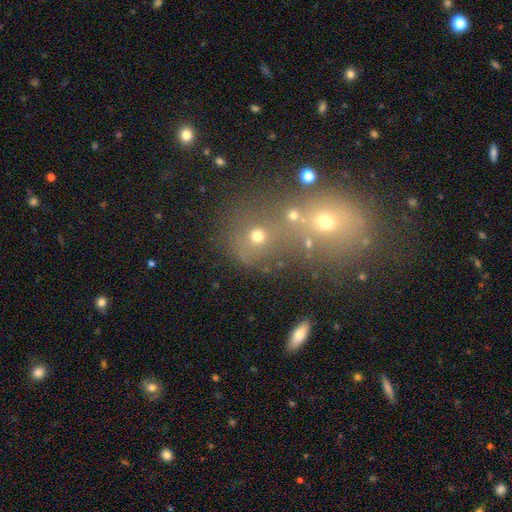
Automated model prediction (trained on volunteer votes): smooth-or-featured: smooth: 54% | star or artifact: 29% | featured or disk: 17%
  how-rounded: round: 74% | in between: 24% | cigar-shaped: 2%
  merging: merger: 52% | none: 34% | minor disturbance: 8% | major disturbance: 6%